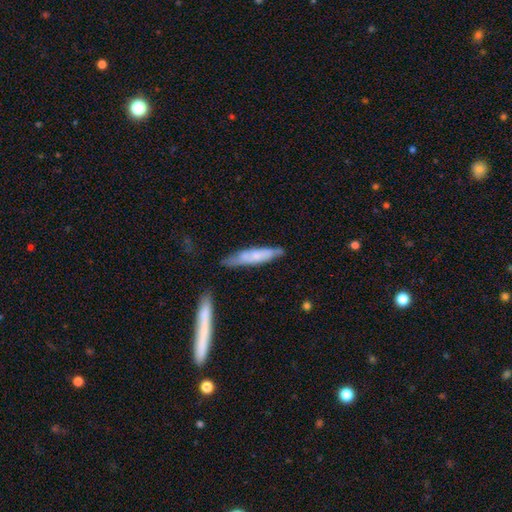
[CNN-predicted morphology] Q: Smooth or featured?
A: smooth (56%); runner-up: featured or disk (38%)
Q: How rounded?
A: cigar-shaped (84%); runner-up: in between (15%)
Q: Merging?
A: none (63%); runner-up: minor disturbance (25%)